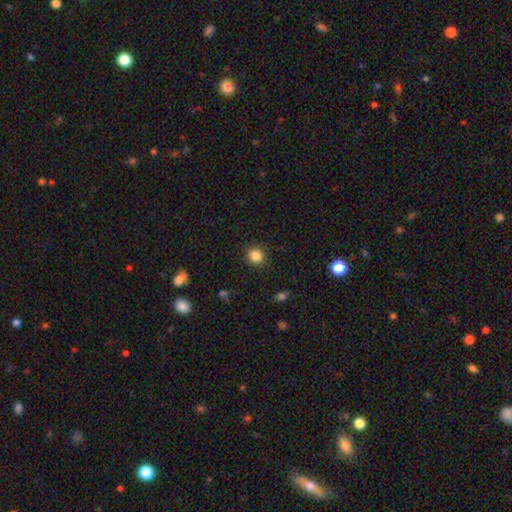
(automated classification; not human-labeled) Q: Smooth or featured?
A: smooth (85%); runner-up: star or artifact (11%)
Q: How rounded?
A: round (89%); runner-up: in between (10%)
Q: Merging?
A: none (90%); runner-up: minor disturbance (7%)